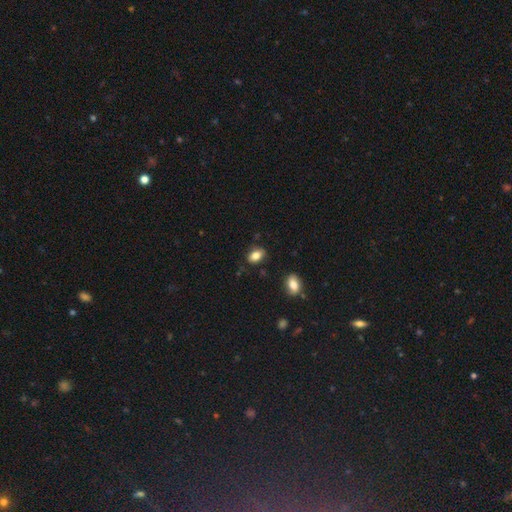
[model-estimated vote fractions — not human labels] Smooth or featured: smooth — 82% (star or artifact — 9%)
How rounded: in between — 84% (round — 14%)
Merging: none — 81% (minor disturbance — 14%)